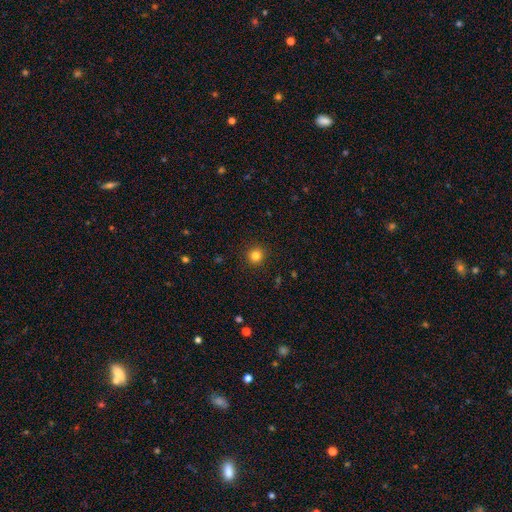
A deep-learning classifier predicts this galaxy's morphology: Smooth or featured: smooth — 83% (star or artifact — 13%)
How rounded: round — 93% (in between — 6%)
Merging: none — 92% (minor disturbance — 5%)